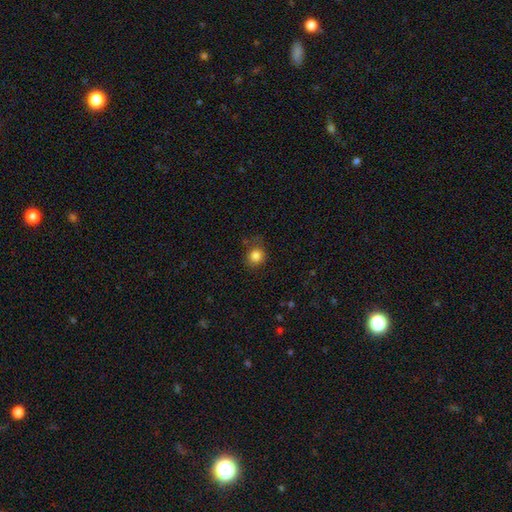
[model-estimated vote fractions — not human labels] The model was most divided on "merging": none: 71%, minor disturbance: 20%, major disturbance: 7%, merger: 3%. More confident: smooth or featured — smooth (83%); how rounded — round (83%).